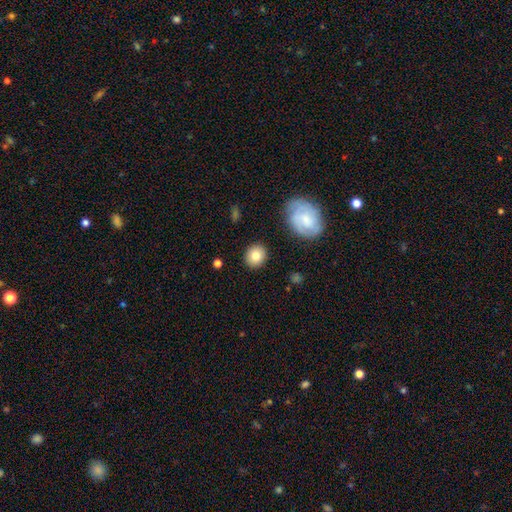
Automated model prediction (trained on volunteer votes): Q: Smooth or featured?
A: smooth (81%); runner-up: featured or disk (12%)
Q: How rounded?
A: round (75%); runner-up: in between (24%)
Q: Merging?
A: none (87%); runner-up: minor disturbance (8%)